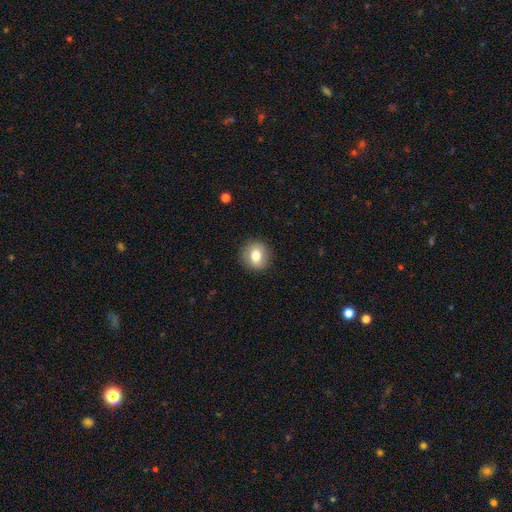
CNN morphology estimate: A smooth galaxy with no disk features (78%) that is round (83%). Merging: none (89%).